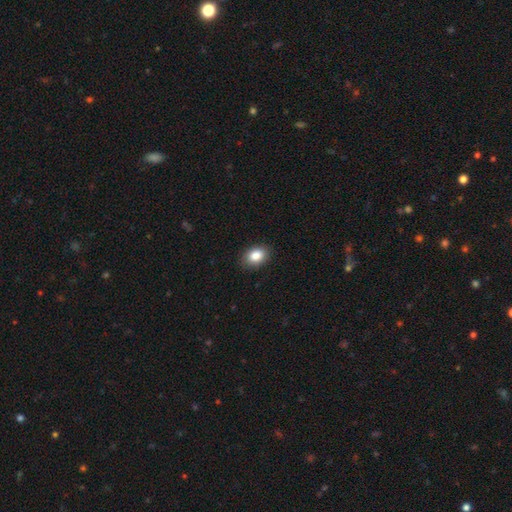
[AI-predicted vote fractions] Smooth or featured? smooth (86%)
How rounded? in between (77%)
Merging? none (88%)